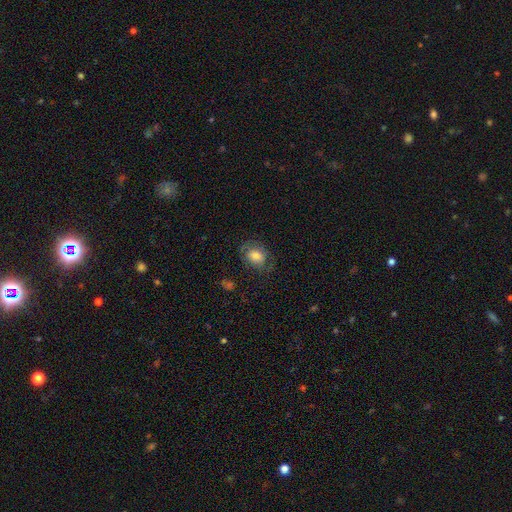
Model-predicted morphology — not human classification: Overall: smooth (70%). How rounded: in between (62%; round 36%). Merging: none (64%).